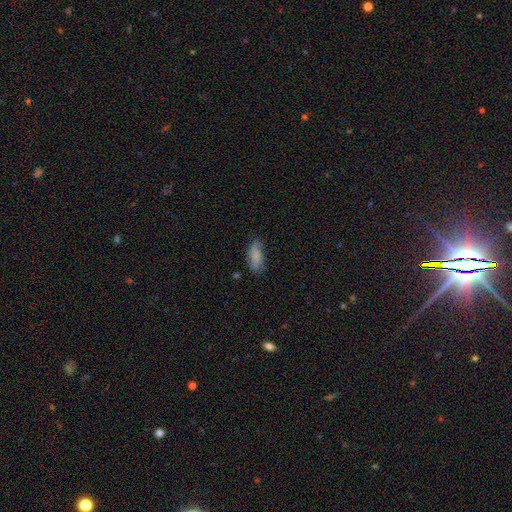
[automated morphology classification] smooth_or_featured: smooth (p=0.79) [alt: featured or disk p=0.14]
how_rounded: in between (p=0.77) [alt: cigar-shaped p=0.21]
merging: none (p=0.68) [alt: minor disturbance p=0.25]